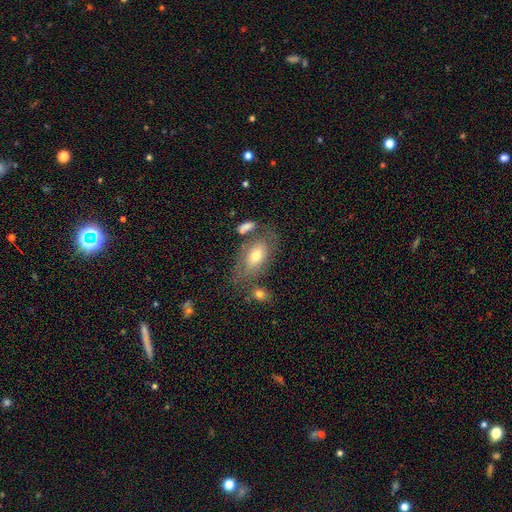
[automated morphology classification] smooth-or-featured: smooth: 64% | featured or disk: 28% | star or artifact: 8%
  how-rounded: in between: 89% | round: 8% | cigar-shaped: 4%
  merging: none: 54% | minor disturbance: 20% | merger: 15% | major disturbance: 11%